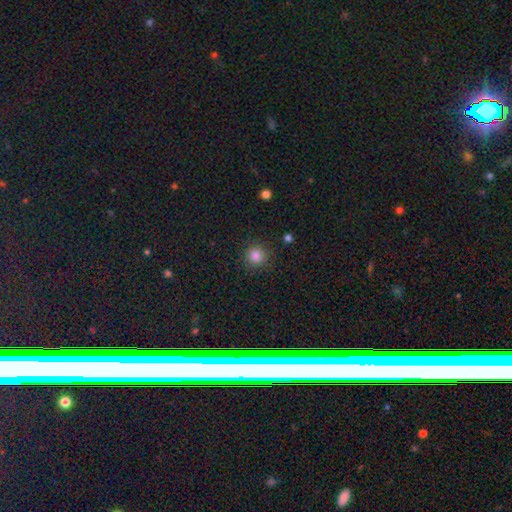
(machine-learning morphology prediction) This is clearly a smooth galaxy (84%). How rounded: clearly round (94%). Merging: clearly none (88%).